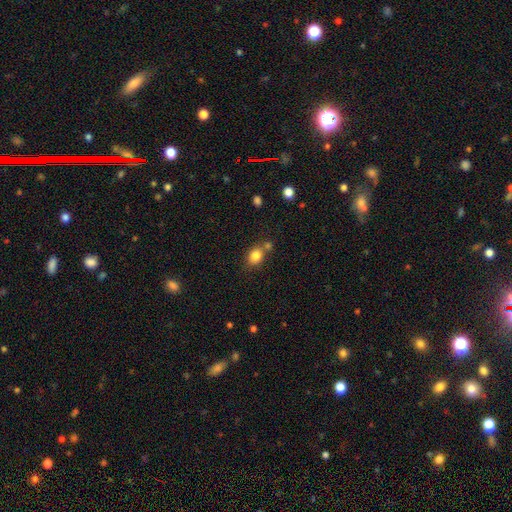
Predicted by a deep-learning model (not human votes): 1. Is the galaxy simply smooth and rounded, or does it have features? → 83% smooth, 10% star or artifact, 7% featured or disk.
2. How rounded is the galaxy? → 51% in between, 48% round, 1% cigar-shaped.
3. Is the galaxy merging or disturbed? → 59% none, 23% merger, 13% minor disturbance, 4% major disturbance.